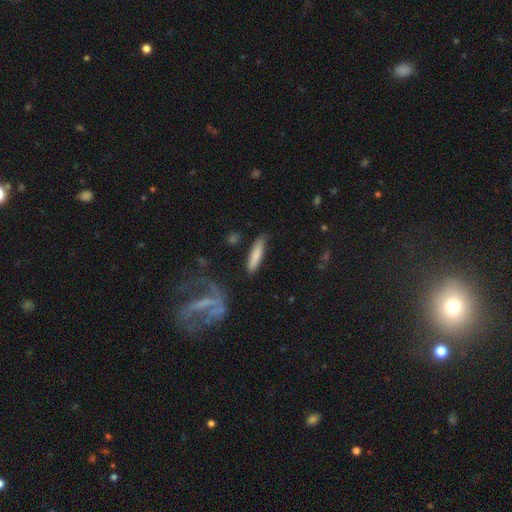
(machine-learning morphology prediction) smooth_or_featured: smooth (p=0.79) [alt: featured or disk p=0.15]
how_rounded: cigar-shaped (p=0.80) [alt: in between p=0.19]
merging: none (p=0.83) [alt: minor disturbance p=0.12]